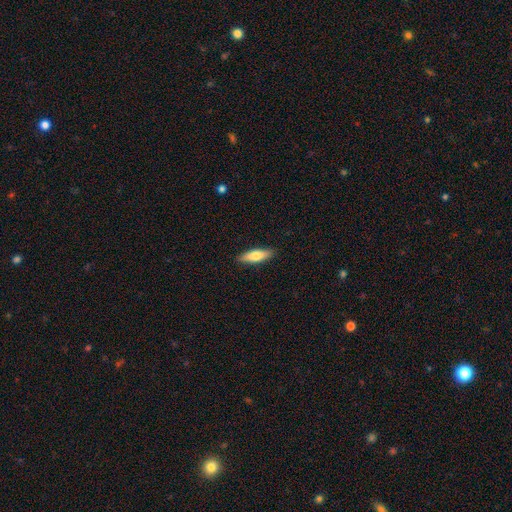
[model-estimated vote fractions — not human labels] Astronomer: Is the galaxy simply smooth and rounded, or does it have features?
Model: smooth — 73%.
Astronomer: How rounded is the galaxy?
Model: cigar-shaped — 54% (runner-up: in between, 45%).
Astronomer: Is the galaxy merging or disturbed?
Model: none — 89%.